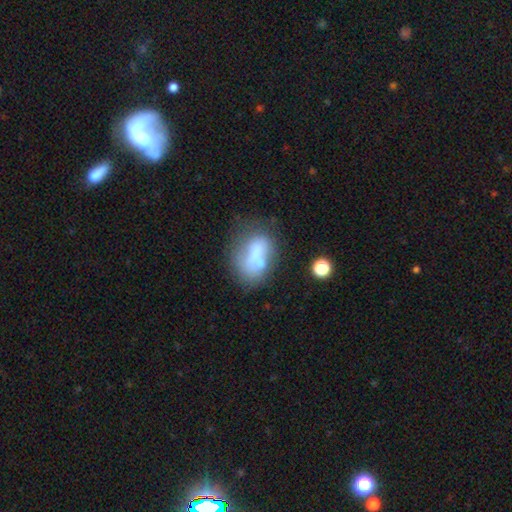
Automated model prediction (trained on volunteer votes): smooth 55%, featured or disk 33%, star or artifact 11%. Down the decision tree: how rounded — in between (74%); merging — none (35%).